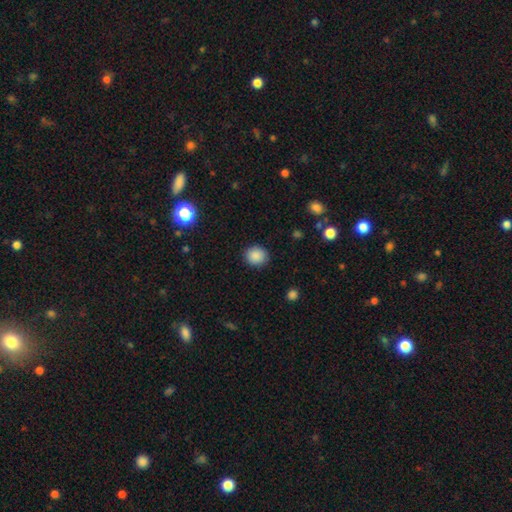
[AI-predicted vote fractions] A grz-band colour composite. It shows a smooth galaxy with no disk features (88%) that is round (82%). Merging: none (89%).